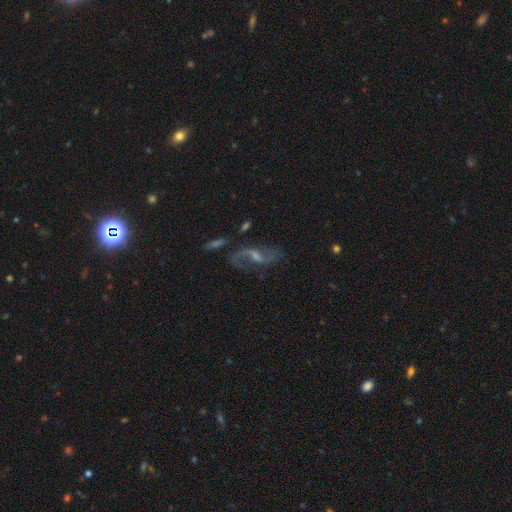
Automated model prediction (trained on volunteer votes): This appears to be a featured or disk galaxy (80%) with a weak bar (51%), 2 (86%) loose (73%) spiral arms (91%) and a small central bulge (50%). Merging: none (57%).